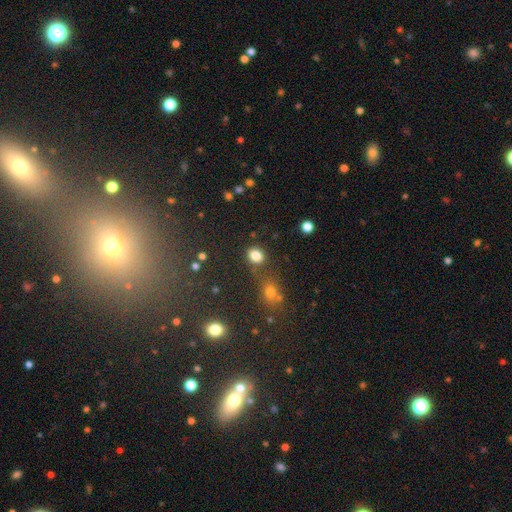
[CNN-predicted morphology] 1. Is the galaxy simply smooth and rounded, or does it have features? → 82% smooth, 12% star or artifact, 5% featured or disk.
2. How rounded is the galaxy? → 57% round, 42% in between, 1% cigar-shaped.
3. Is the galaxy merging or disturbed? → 73% none, 12% minor disturbance, 10% merger, 5% major disturbance.